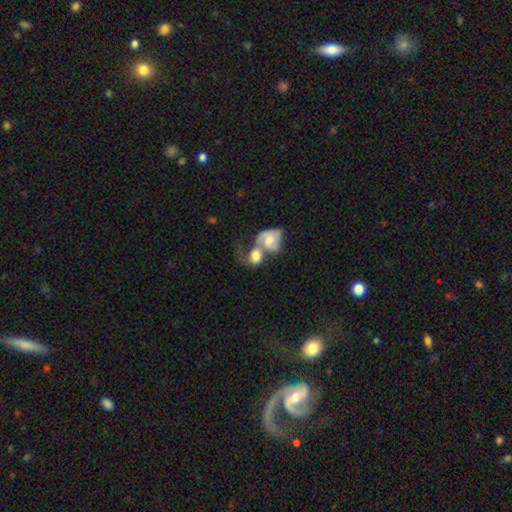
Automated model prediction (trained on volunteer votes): The model was most divided on "smooth or featured": smooth: 47%, featured or disk: 46%, star or artifact: 7%. More confident: merging — merger (74%).